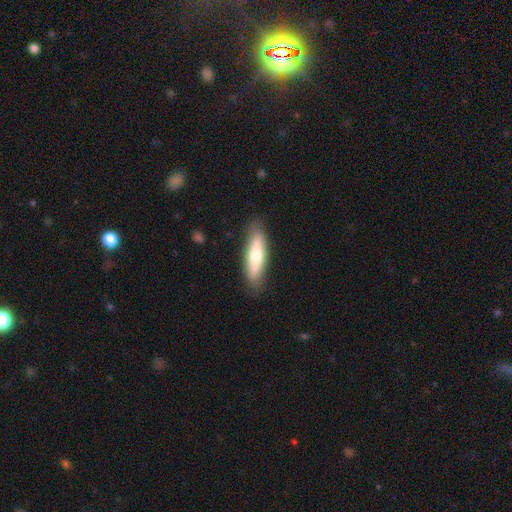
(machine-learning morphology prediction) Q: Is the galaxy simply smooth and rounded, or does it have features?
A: smooth — 63%.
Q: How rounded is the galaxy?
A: cigar-shaped — 62%.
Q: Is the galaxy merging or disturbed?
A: none — 85%.